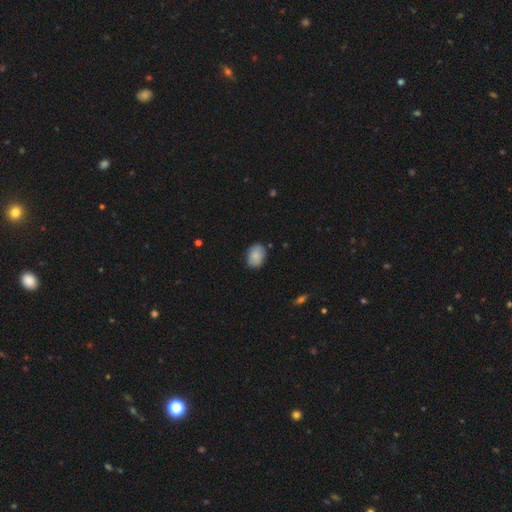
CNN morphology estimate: A smooth galaxy with no disk features (86%) that is in between round and cigar-shaped (78%).

Vote fractions:
- Smooth or featured? smooth: 86% / star or artifact: 7% / featured or disk: 7%
- How rounded? in between: 78% / round: 21% / cigar-shaped: 1%
- Merging? none: 83% / minor disturbance: 14% / major disturbance: 2% / merger: 1%